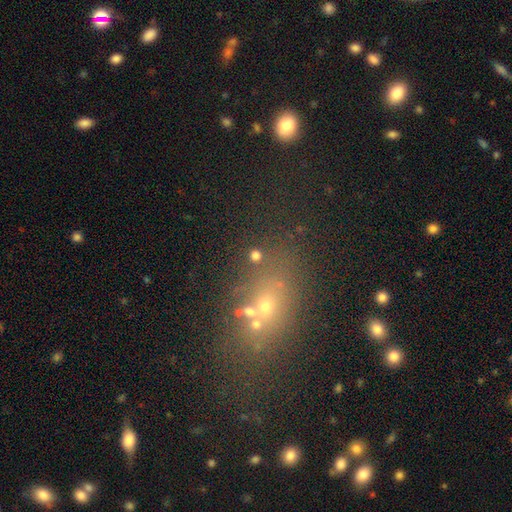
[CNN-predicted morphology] This appears to be a smooth galaxy with no disk features (67%) that is round (82%). Merging: none (75%).